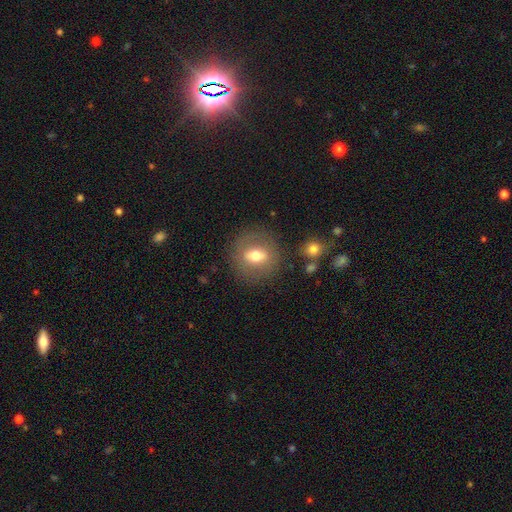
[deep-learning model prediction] Smooth or featured: smooth — 57% (featured or disk — 33%)
How rounded: round — 69% (in between — 29%)
Merging: none — 83% (minor disturbance — 10%)